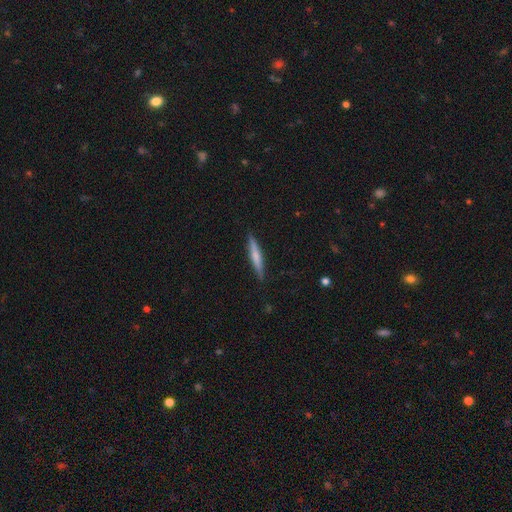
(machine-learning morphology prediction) smooth 53%, featured or disk 41%, star or artifact 6%. Down the decision tree: how rounded — cigar-shaped (93%); merging — none (89%).